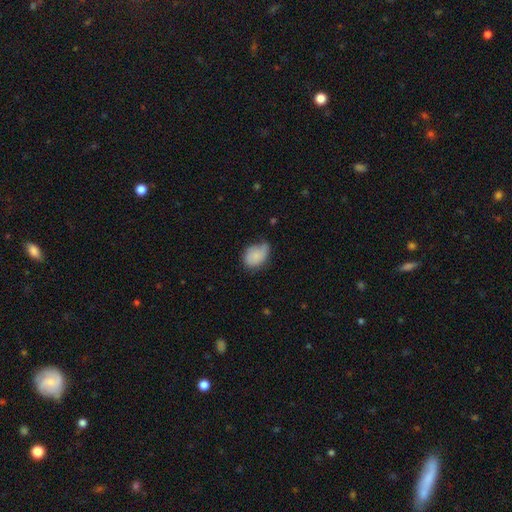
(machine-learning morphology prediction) Smooth or featured: smooth — 79% (featured or disk — 14%)
How rounded: in between — 75% (round — 23%)
Merging: minor disturbance — 44% (none — 37%)